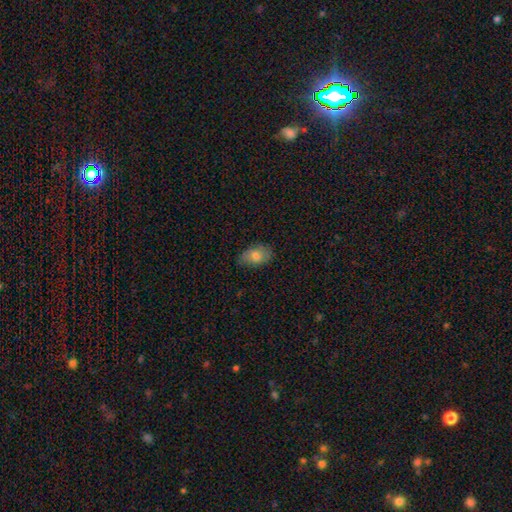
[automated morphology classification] Smooth or featured? smooth (75%)
How rounded? in between (90%)
Merging? none (78%)